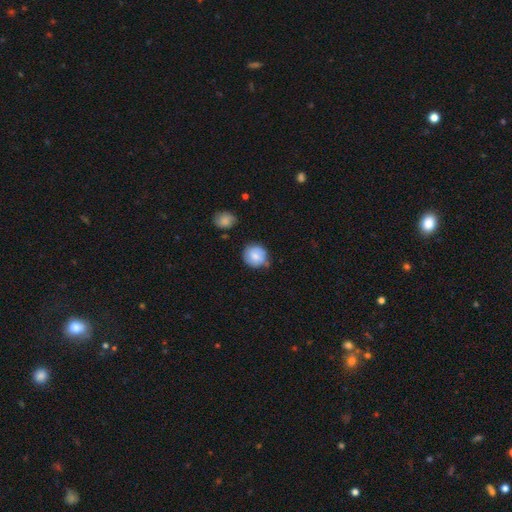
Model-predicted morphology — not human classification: type=smooth (77%); roundness=round (89%); merging=none (69%).